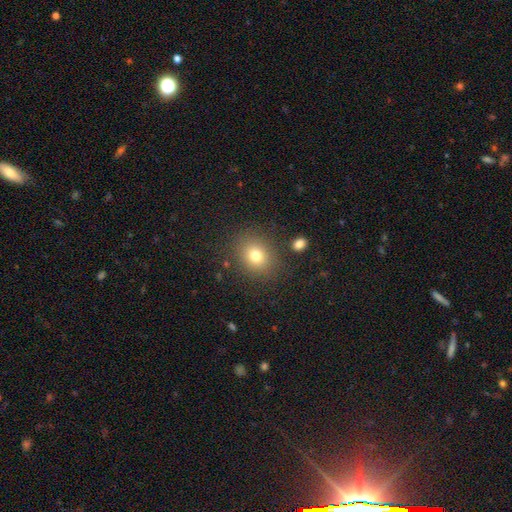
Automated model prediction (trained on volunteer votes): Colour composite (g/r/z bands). It shows a smooth galaxy with no disk features (77%) that is round (66%). Merging: none (84%).